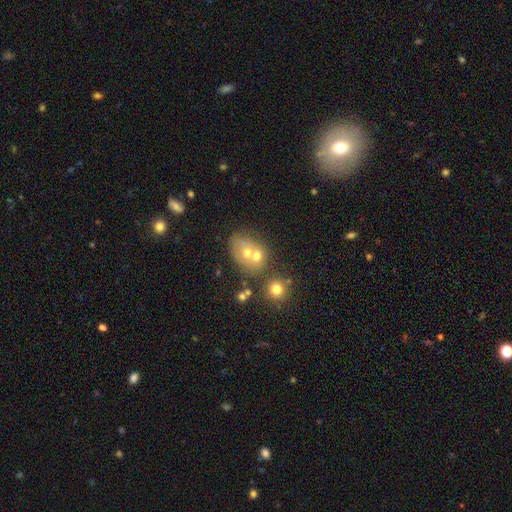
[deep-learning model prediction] A smooth galaxy with no disk features (47%). Merging: merger (44%).